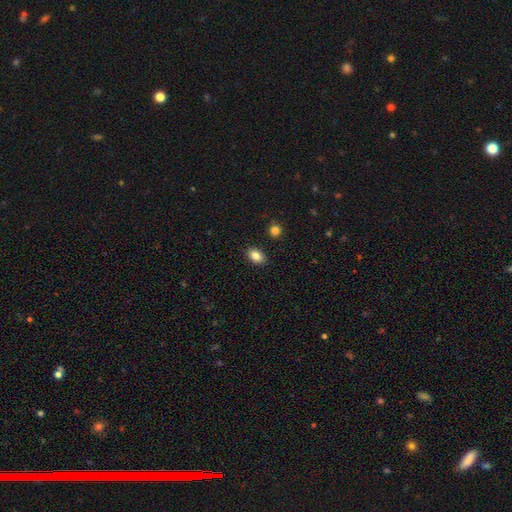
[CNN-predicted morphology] smooth-or-featured: smooth: 84% | star or artifact: 9% | featured or disk: 7%
  how-rounded: in between: 83% | round: 16% | cigar-shaped: 1%
  merging: none: 88% | minor disturbance: 8% | major disturbance: 2% | merger: 2%